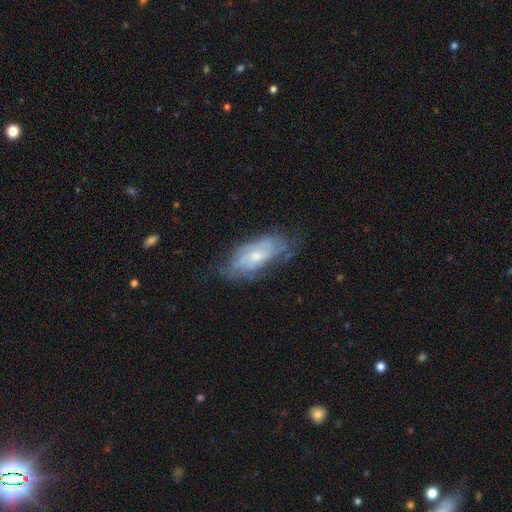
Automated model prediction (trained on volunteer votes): Smooth or featured?
  - featured or disk: 56% *
  - smooth: 36%
  - star or artifact: 8%
Edge-on disk?
  - no: 87% *
  - yes: 13%
Merging?
  - none: 57% *
  - minor disturbance: 28%
  - major disturbance: 13%
  - merger: 2%